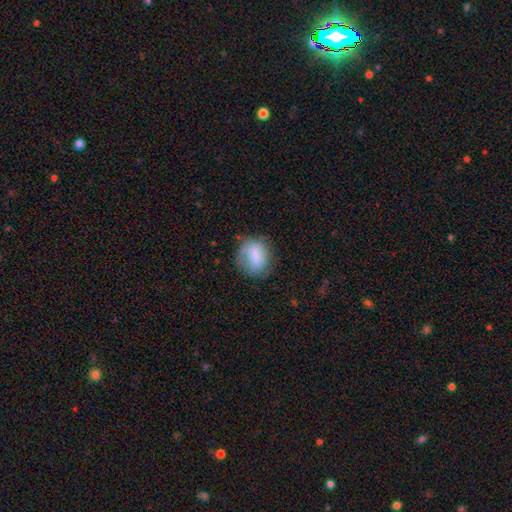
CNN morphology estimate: A smooth galaxy with no disk features (76%) that is round (60%). Merging: none (63%).